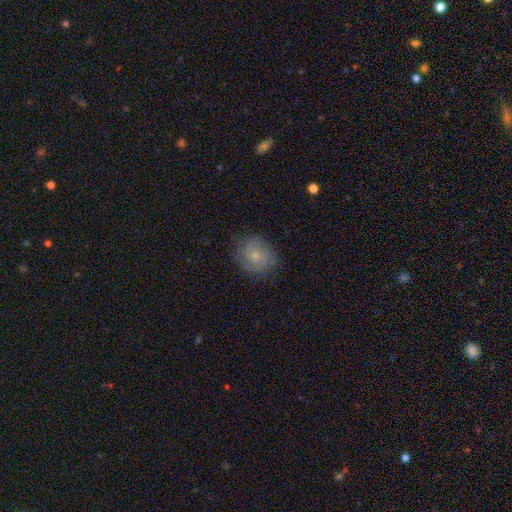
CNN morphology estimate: Smooth or featured?
  - smooth: 68% *
  - featured or disk: 24%
  - star or artifact: 8%
How rounded?
  - round: 72% *
  - in between: 27%
  - cigar-shaped: 1%
Merging?
  - none: 77% *
  - minor disturbance: 17%
  - major disturbance: 5%
  - merger: 1%